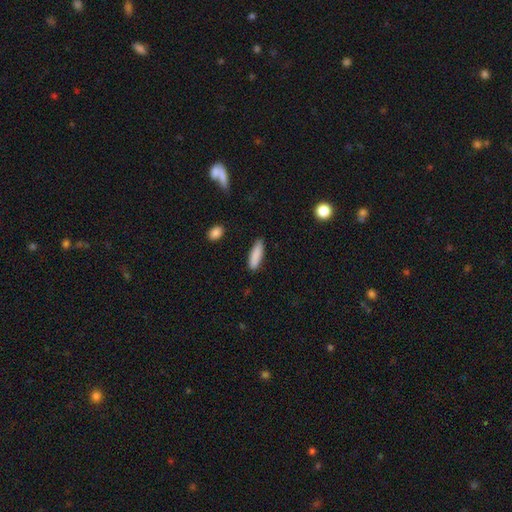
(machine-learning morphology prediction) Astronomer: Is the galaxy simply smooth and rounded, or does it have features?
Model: smooth — 88%.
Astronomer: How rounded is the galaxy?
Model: cigar-shaped — 59% (runner-up: in between, 39%).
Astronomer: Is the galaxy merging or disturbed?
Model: none — 87%.